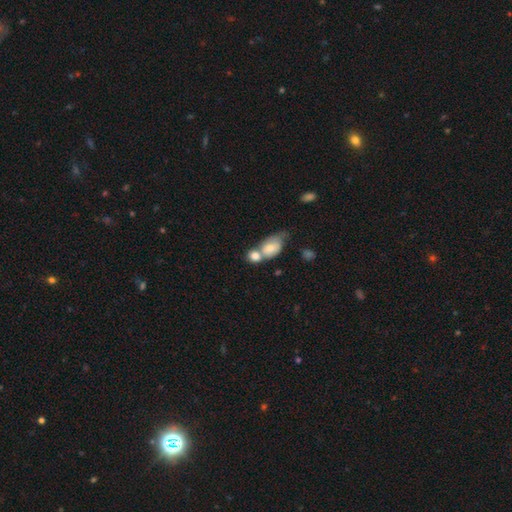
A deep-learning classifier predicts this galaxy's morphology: smooth_or_featured: smooth (p=0.77) [alt: featured or disk p=0.15]
how_rounded: in between (p=0.61) [alt: round p=0.37]
merging: merger (p=0.62) [alt: none p=0.23]